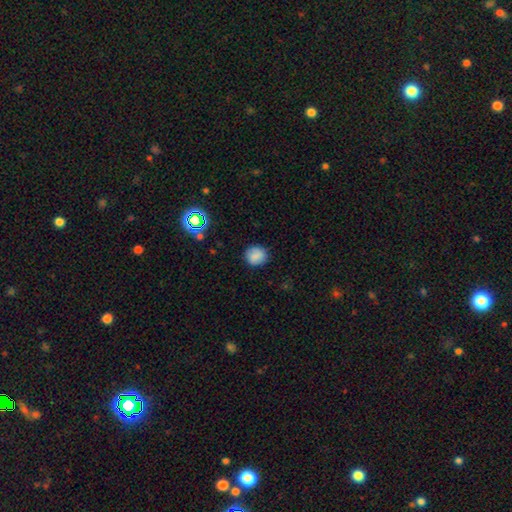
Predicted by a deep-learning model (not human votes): smooth 81%, star or artifact 10%, featured or disk 9%. Down the decision tree: how rounded — round (84%); merging — none (86%).